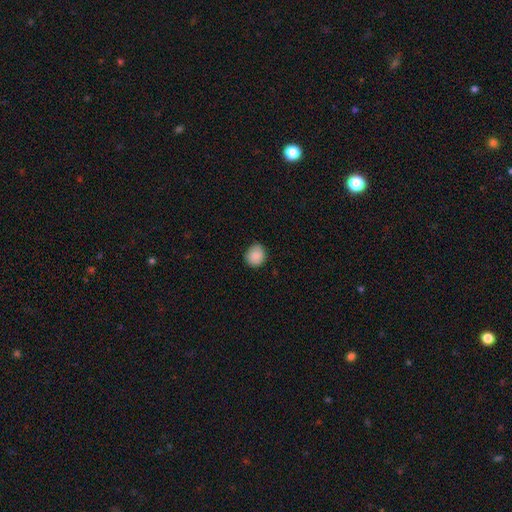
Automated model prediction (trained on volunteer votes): Smooth or featured? smooth (88%)
How rounded? round (80%)
Merging? none (79%)